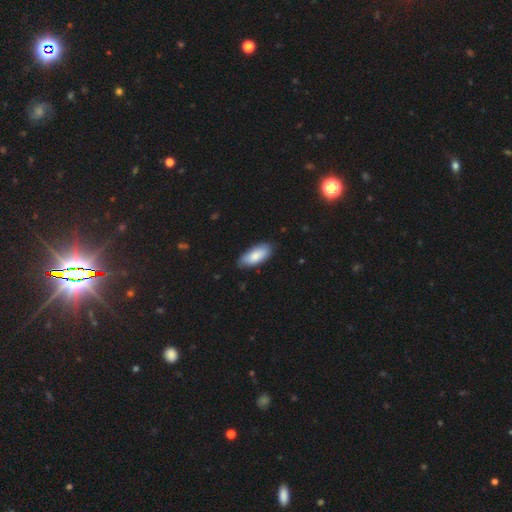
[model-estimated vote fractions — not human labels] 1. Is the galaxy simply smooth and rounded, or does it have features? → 83% smooth, 11% featured or disk, 6% star or artifact.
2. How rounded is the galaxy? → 87% in between, 11% cigar-shaped, 2% round.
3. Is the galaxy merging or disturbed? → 79% none, 17% minor disturbance, 2% major disturbance, 1% merger.